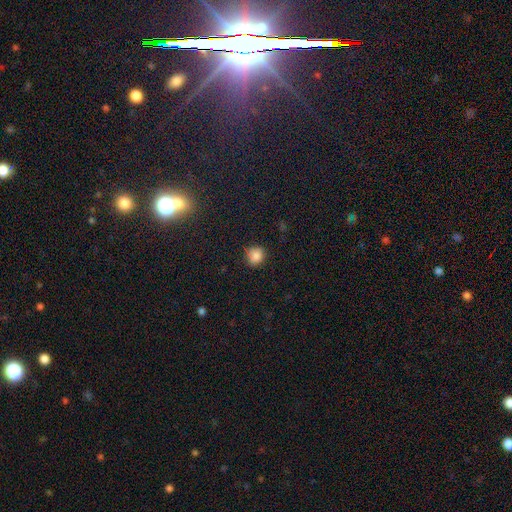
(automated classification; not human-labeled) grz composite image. It shows a smooth galaxy with no disk features (84%) that is round (87%). Merging: none (86%).